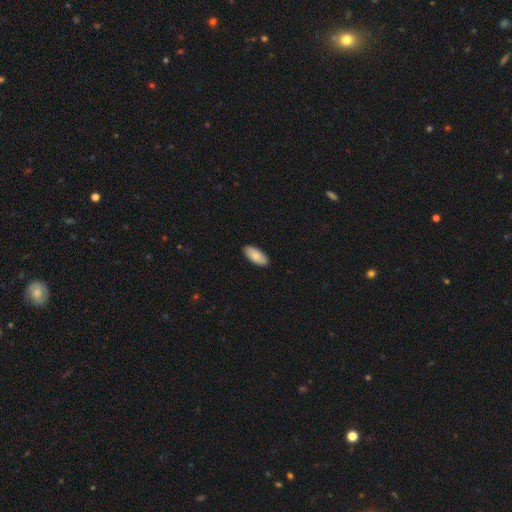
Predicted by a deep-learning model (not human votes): Smooth or featured: smooth — 86% (featured or disk — 8%)
How rounded: in between — 88% (cigar-shaped — 11%)
Merging: none — 90% (minor disturbance — 7%)